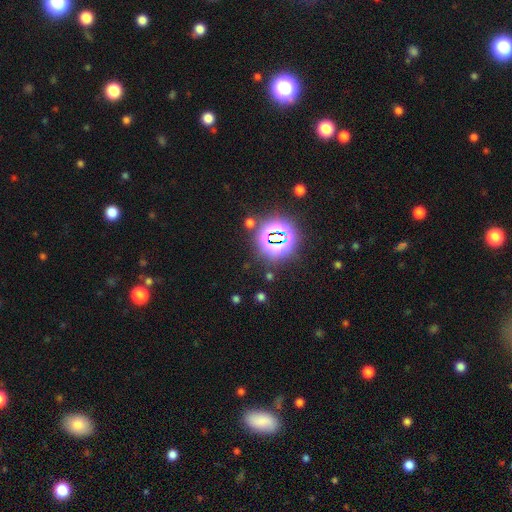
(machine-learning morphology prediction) Smooth or featured?
  - star or artifact: 78% *
  - smooth: 15%
  - featured or disk: 7%